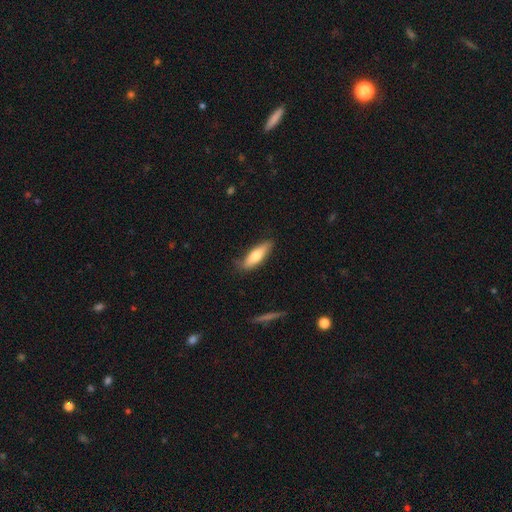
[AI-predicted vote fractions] A smooth galaxy with no disk features (68%) that is cigar-shaped (53%). Merging: none (78%).